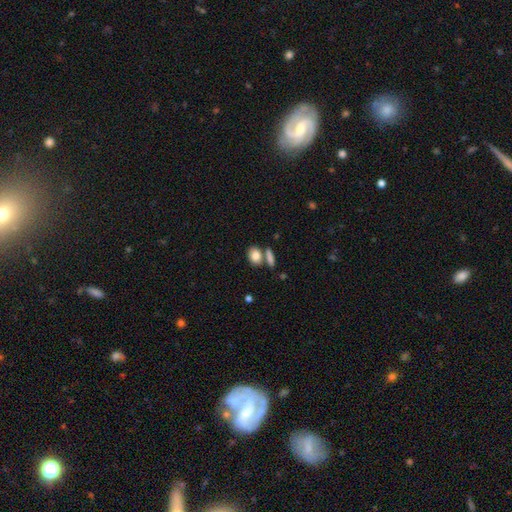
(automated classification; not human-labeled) smooth-or-featured: smooth: 84% | star or artifact: 8% | featured or disk: 8%
  how-rounded: in between: 67% | round: 29% | cigar-shaped: 3%
  merging: none: 59% | merger: 26% | minor disturbance: 11% | major disturbance: 4%